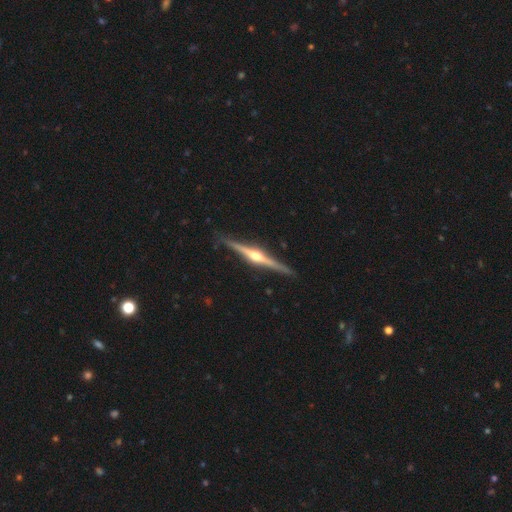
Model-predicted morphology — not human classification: A featured or disk galaxy (84%) viewed edge-on (99%) with a rounded central bulge (93%). Merging: none (90%).